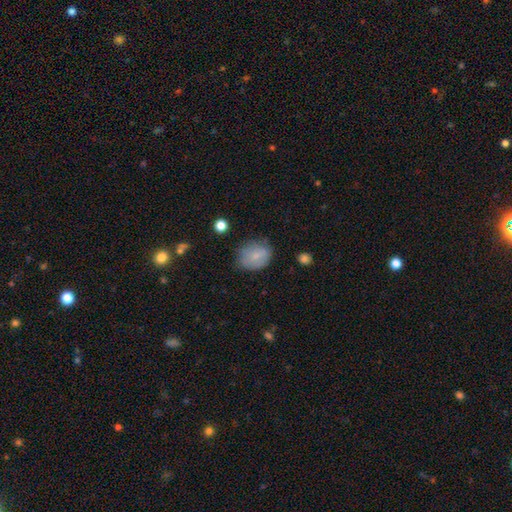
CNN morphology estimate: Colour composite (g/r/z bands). It shows a smooth galaxy with no disk features (76%) that is round (52%). Merging: none (64%).